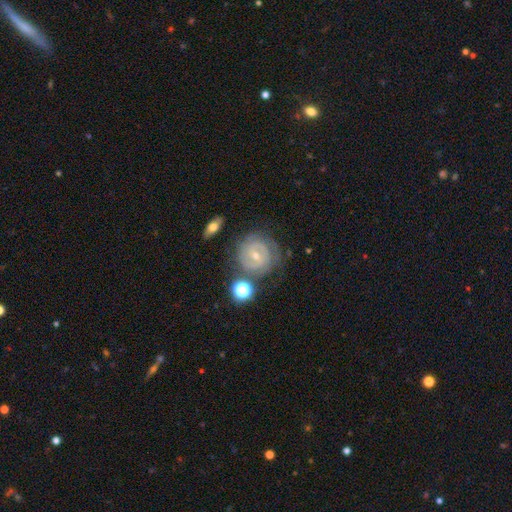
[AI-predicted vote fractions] Smooth or featured? Predicted: featured or disk (p=0.77). Edge-on disk? Predicted: no (p=0.97). Bar? Predicted: no (p=0.48). Spiral arms? Predicted: yes (p=0.90). Spiral winding? Predicted: tight (p=0.68). Spiral arm count? Predicted: 2 (p=0.45). Bulge size? Predicted: small (p=0.63). Merging? Predicted: none (p=0.69).